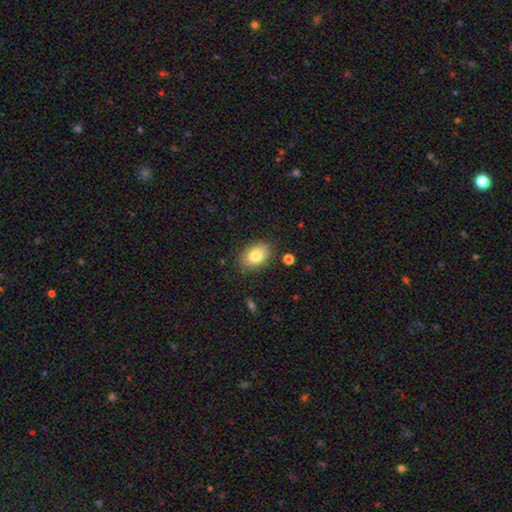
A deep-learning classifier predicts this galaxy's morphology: A smooth galaxy with no disk features (82%) that is in between round and cigar-shaped (86%).

Vote fractions:
- Smooth or featured? smooth: 82% / featured or disk: 10% / star or artifact: 7%
- How rounded? in between: 86% / round: 13% / cigar-shaped: 1%
- Merging? none: 83% / minor disturbance: 12% / major disturbance: 3% / merger: 2%